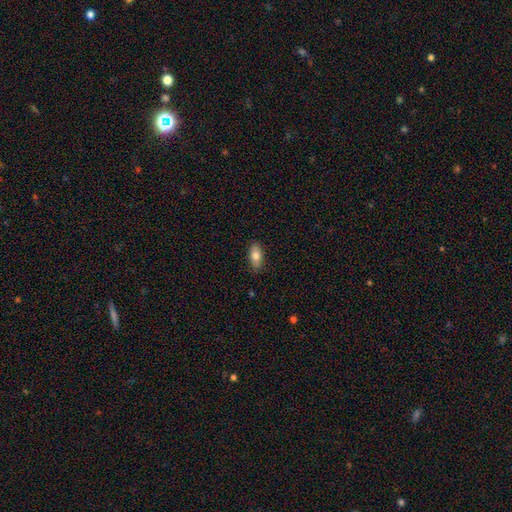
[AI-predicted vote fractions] A smooth galaxy with no disk features (78%) that is in between round and cigar-shaped (89%).

Vote fractions:
- Smooth or featured? smooth: 78% / featured or disk: 15% / star or artifact: 7%
- How rounded? in between: 89% / cigar-shaped: 8% / round: 4%
- Merging? none: 86% / minor disturbance: 11% / major disturbance: 2% / merger: 1%